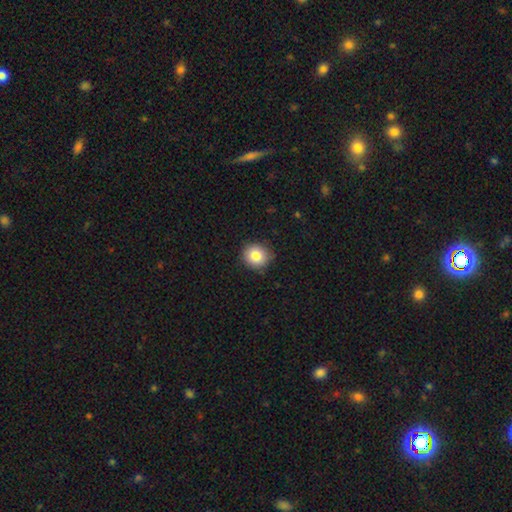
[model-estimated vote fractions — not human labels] A smooth galaxy with no disk features (83%) that is round (88%). Merging: none (86%).